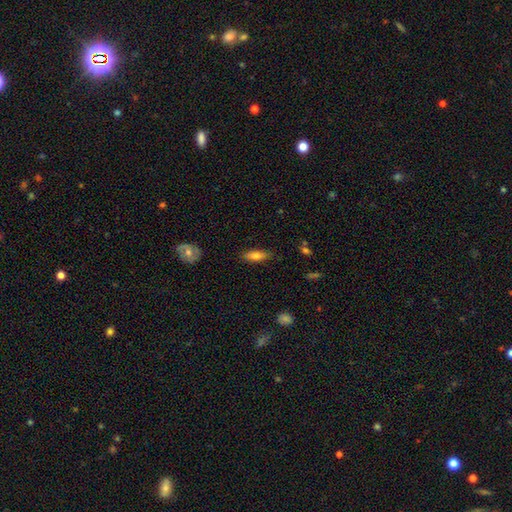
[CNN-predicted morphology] Smooth or featured? Predicted: smooth (p=0.75). How rounded? Predicted: in between (p=0.60). Merging? Predicted: none (p=0.80).